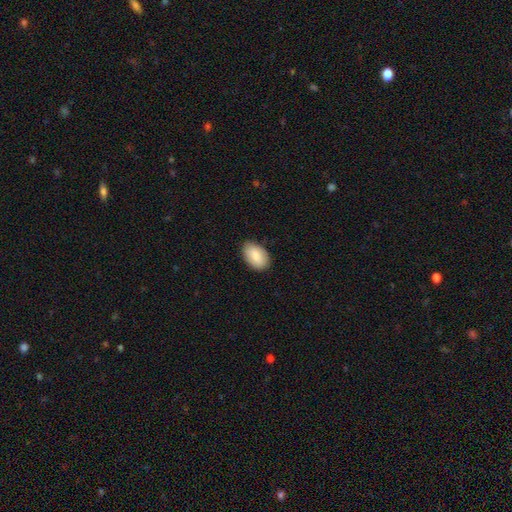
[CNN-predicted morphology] smooth_or_featured: smooth (p=0.86) [alt: featured or disk p=0.08]
how_rounded: in between (p=0.93) [alt: round p=0.06]
merging: none (p=0.84) [alt: minor disturbance p=0.13]